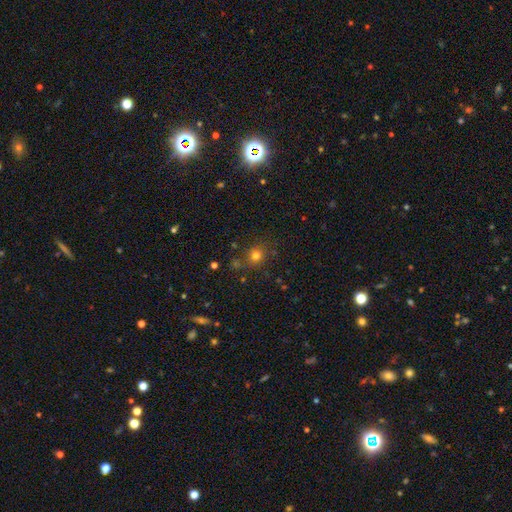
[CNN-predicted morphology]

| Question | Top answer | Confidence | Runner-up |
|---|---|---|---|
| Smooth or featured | smooth | 75% | star or artifact (18%) |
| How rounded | round | 85% | in between (14%) |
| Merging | none | 81% | minor disturbance (11%) |